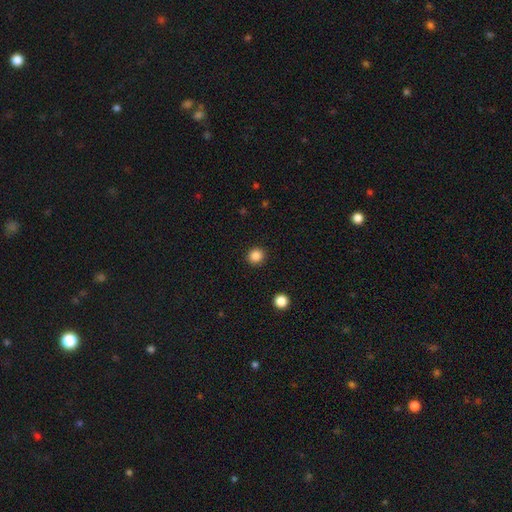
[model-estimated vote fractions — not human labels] This is clearly a smooth galaxy (85%). How rounded: clearly round (90%). Merging: clearly none (92%).